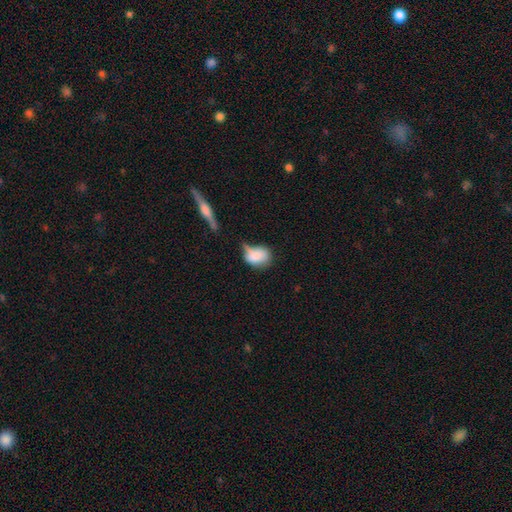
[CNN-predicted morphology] smooth_or_featured: smooth (p=0.75) [alt: featured or disk p=0.16]
how_rounded: in between (p=0.70) [alt: round p=0.28]
merging: minor disturbance (p=0.33) [alt: none p=0.28]